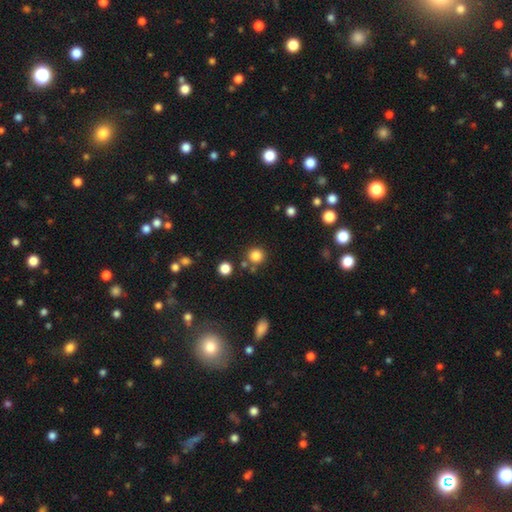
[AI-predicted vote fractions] This is clearly a smooth galaxy (83%). How rounded: clearly round (92%). Merging: likely none (78%).